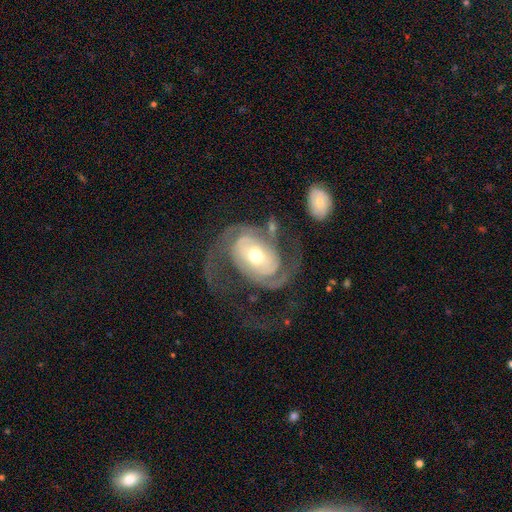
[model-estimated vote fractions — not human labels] Smooth or featured? Predicted: featured or disk (p=0.87). Edge-on disk? Predicted: no (p=0.97). Bar? Predicted: no (p=0.62). Spiral arms? Predicted: yes (p=0.93). Spiral winding? Predicted: medium (p=0.41). Spiral arm count? Predicted: 2 (p=0.77). Bulge size? Predicted: moderate (p=0.66). Merging? Predicted: none (p=0.45).